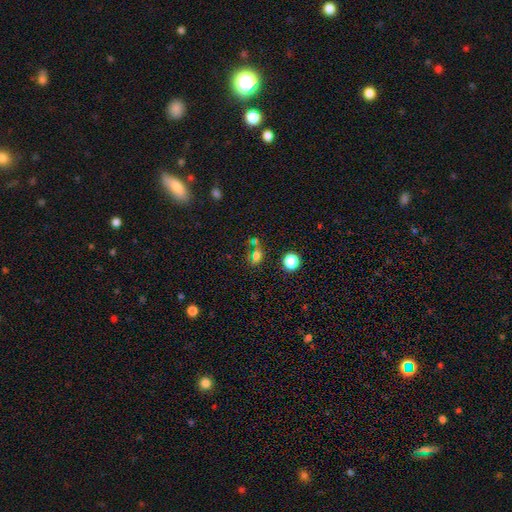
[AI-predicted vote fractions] A smooth galaxy with no disk features (56%) that is in between round and cigar-shaped (49%).

Vote fractions:
- Smooth or featured? smooth: 56% / star or artifact: 32% / featured or disk: 12%
- How rounded? in between: 49% / round: 48% / cigar-shaped: 3%
- Merging? none: 54% / merger: 21% / minor disturbance: 14% / major disturbance: 11%